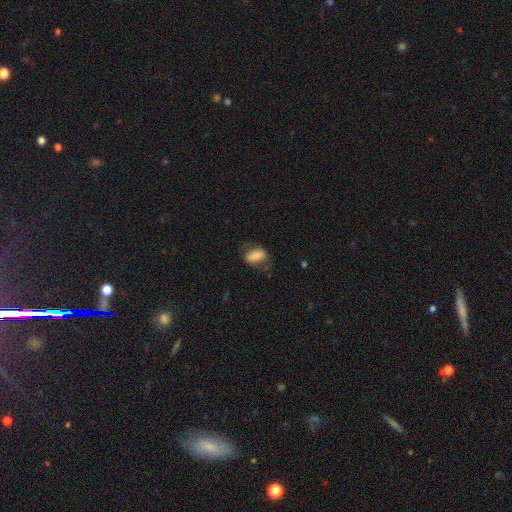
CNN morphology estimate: The model was most divided on "merging": none: 60%, minor disturbance: 25%, major disturbance: 13%, merger: 2%. More confident: how rounded — in between (86%); smooth or featured — smooth (77%).